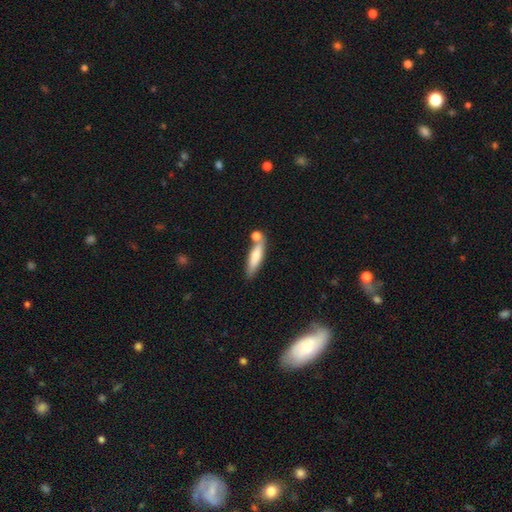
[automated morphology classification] This appears to be a smooth galaxy with no disk features (73%) that is cigar-shaped (73%). Merging: none (57%).